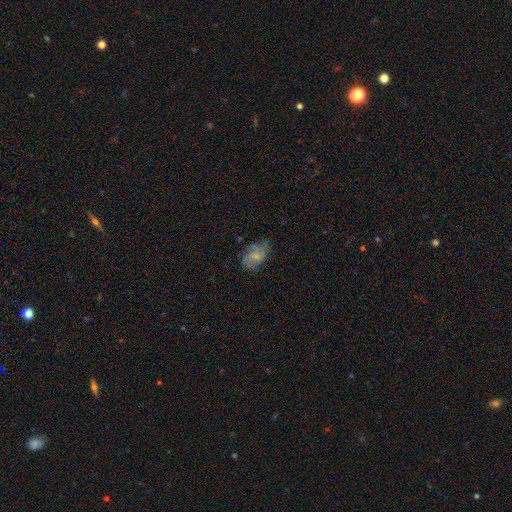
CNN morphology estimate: This is possibly a featured or disk galaxy (49%). Merging: possibly none (52%).